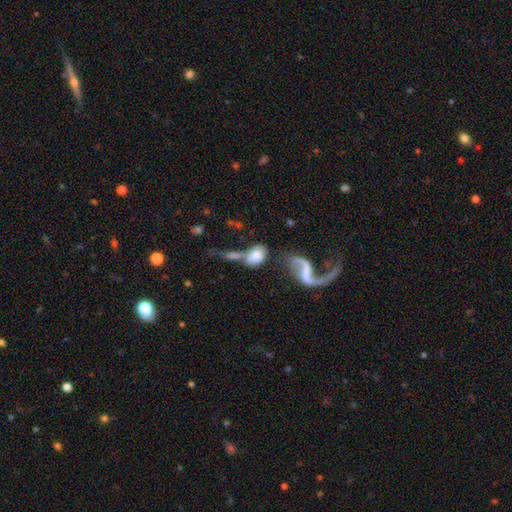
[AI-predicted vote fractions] Smooth or featured: smooth — 63% (featured or disk — 29%)
How rounded: in between — 83% (round — 13%)
Merging: merger — 50% (none — 26%)